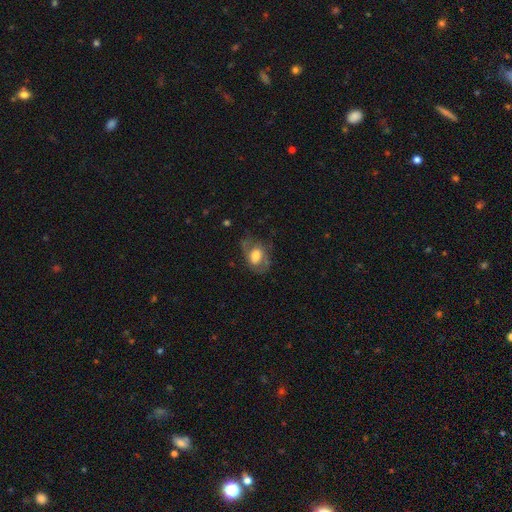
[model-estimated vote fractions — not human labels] Morphology: type=smooth (49%); merging=none (56%).